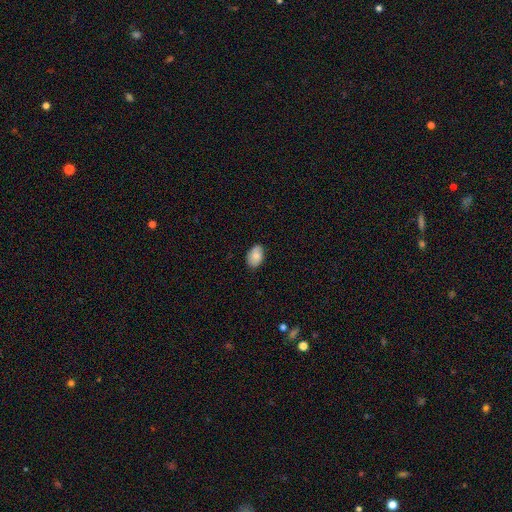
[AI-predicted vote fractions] This is clearly a smooth galaxy (82%). How rounded: clearly in between (89%). Merging: clearly none (83%).